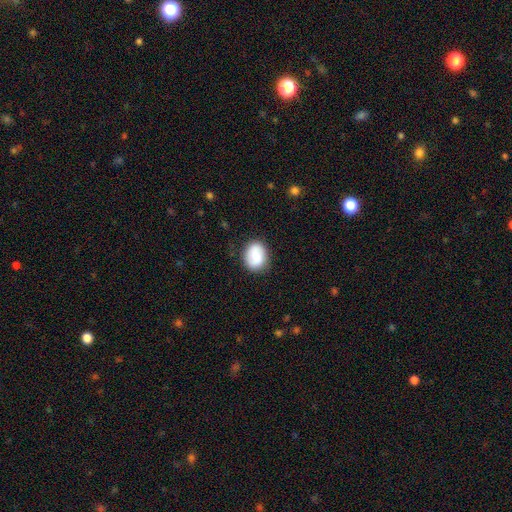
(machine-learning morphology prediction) type=smooth (78%); roundness=in between (57%); merging=none (81%).